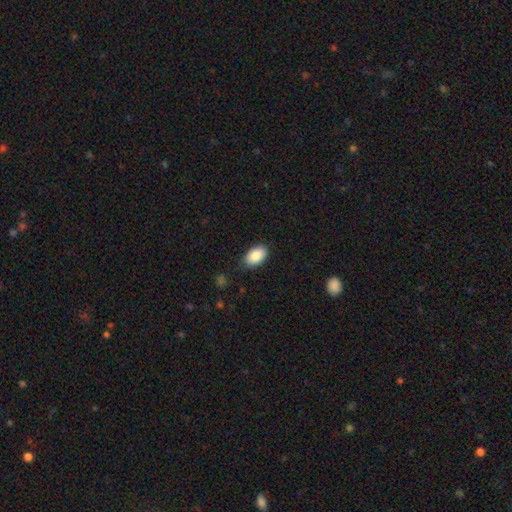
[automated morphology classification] smooth_or_featured: smooth (p=0.89) [alt: star or artifact p=0.07]
how_rounded: in between (p=0.94) [alt: round p=0.05]
merging: none (p=0.84) [alt: minor disturbance p=0.12]